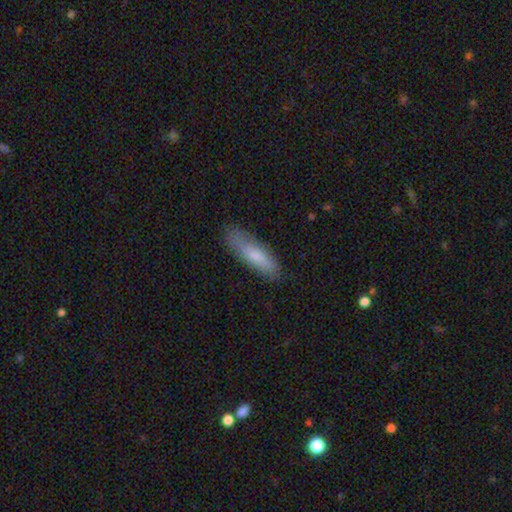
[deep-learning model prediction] Smooth or featured: smooth — 76% (featured or disk — 18%)
How rounded: cigar-shaped — 63% (in between — 35%)
Merging: none — 80% (minor disturbance — 15%)